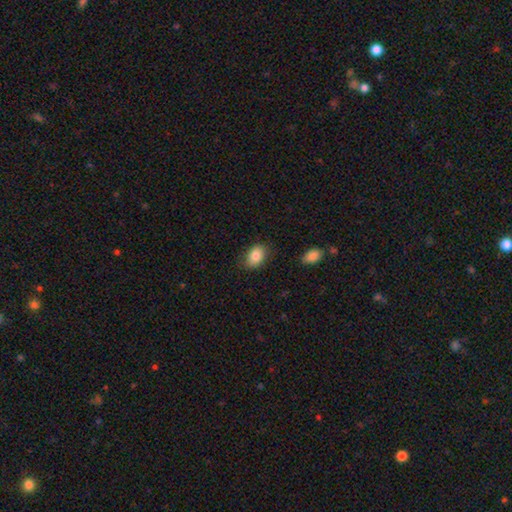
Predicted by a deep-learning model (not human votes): Smooth or featured: smooth — 85% (star or artifact — 8%)
How rounded: in between — 82% (round — 17%)
Merging: none — 80% (minor disturbance — 15%)